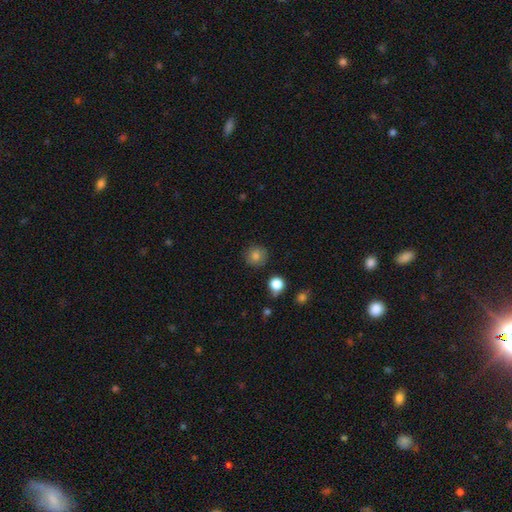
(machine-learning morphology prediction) Smooth or featured?
  - smooth: 82% *
  - star or artifact: 11%
  - featured or disk: 8%
How rounded?
  - round: 92% *
  - in between: 7%
  - cigar-shaped: 1%
Merging?
  - none: 87% *
  - minor disturbance: 9%
  - major disturbance: 2%
  - merger: 2%